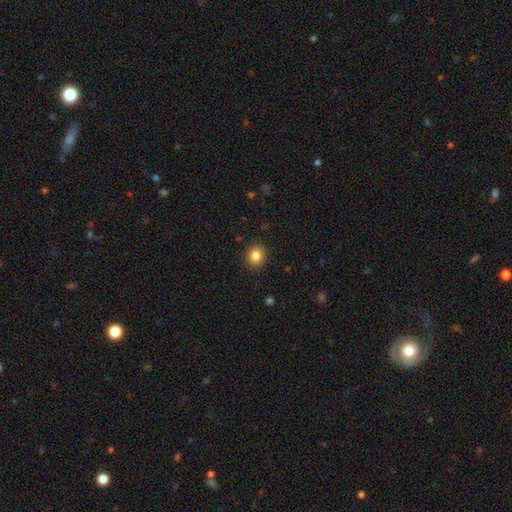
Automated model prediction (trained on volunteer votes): Morphology: type=smooth (84%); roundness=round (78%); merging=none (90%).